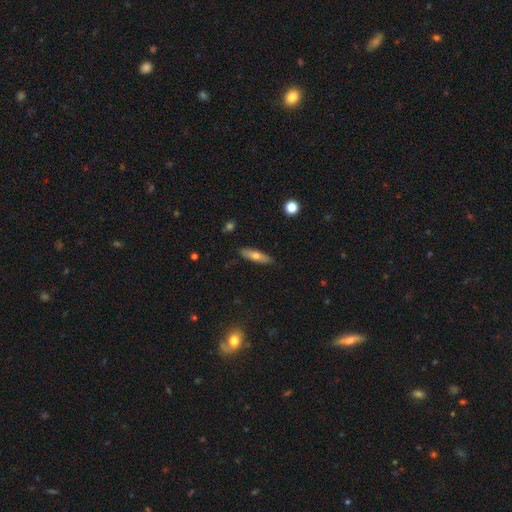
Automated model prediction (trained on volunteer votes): smooth 61%, featured or disk 32%, star or artifact 7%. Down the decision tree: how rounded — cigar-shaped (65%); merging — none (87%).